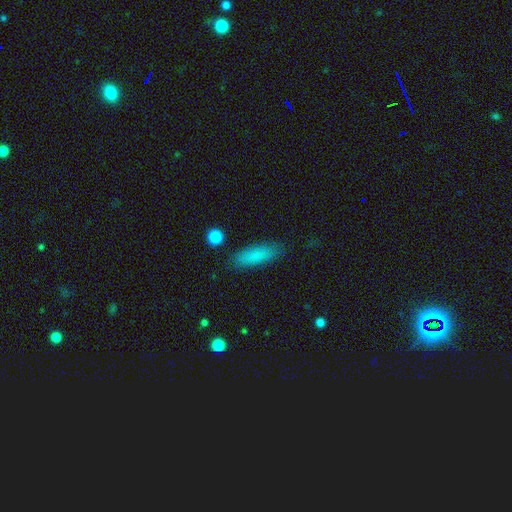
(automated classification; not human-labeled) This is clearly a smooth galaxy (85%). How rounded: possibly in between (53%). Merging: clearly none (85%).